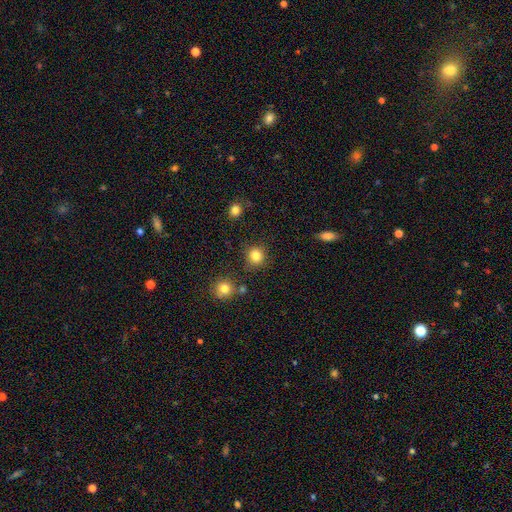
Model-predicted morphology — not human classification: Smooth or featured? Predicted: smooth (p=0.83). How rounded? Predicted: round (p=0.90). Merging? Predicted: none (p=0.84).